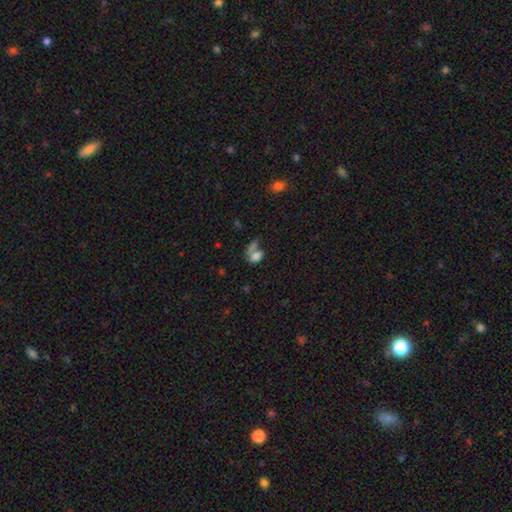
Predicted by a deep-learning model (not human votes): This appears to be a smooth galaxy with no disk features (71%) that is in between round and cigar-shaped (72%). Merging: merger (42%).